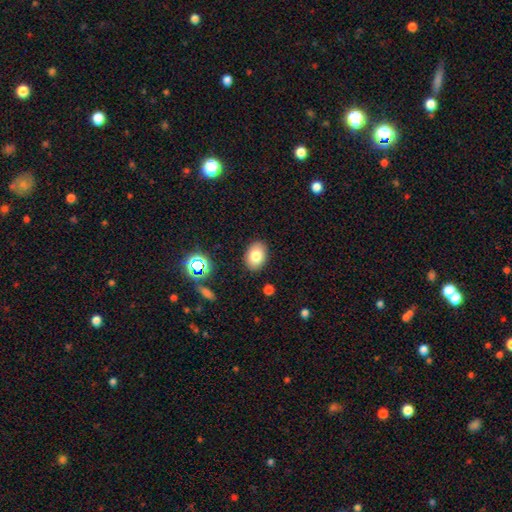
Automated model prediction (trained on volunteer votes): This appears to be a smooth galaxy with no disk features (79%) that is in between round and cigar-shaped (78%). Merging: none (87%).